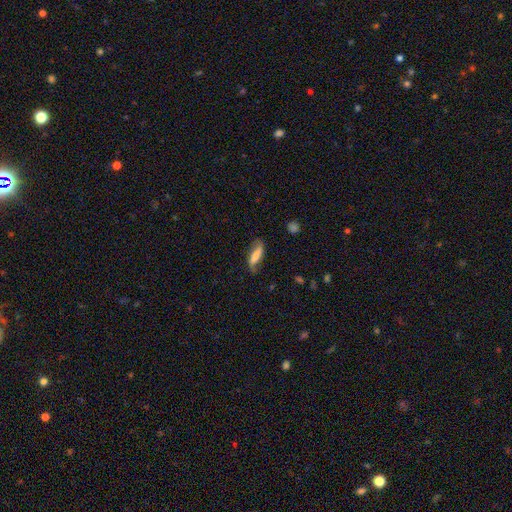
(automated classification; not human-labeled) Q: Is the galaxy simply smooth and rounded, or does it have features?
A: smooth — 56%.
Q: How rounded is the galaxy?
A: in between — 57%.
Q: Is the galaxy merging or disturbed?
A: none — 61%.